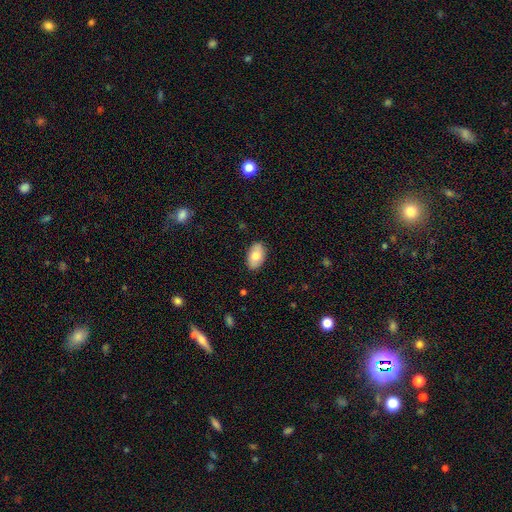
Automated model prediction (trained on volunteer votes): This appears to be a smooth galaxy with no disk features (78%) that is in between round and cigar-shaped (93%). Merging: none (86%).